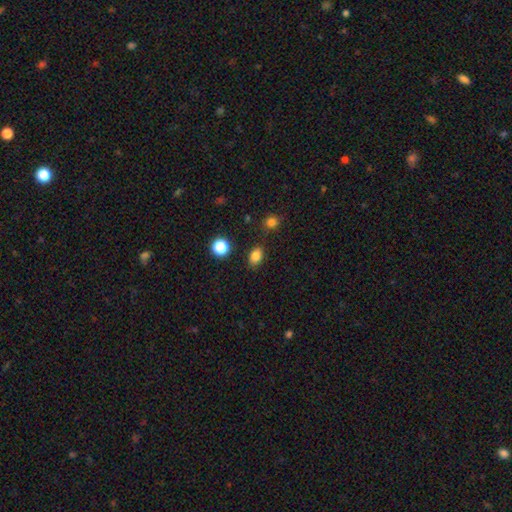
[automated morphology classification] type=smooth (82%); roundness=in between (73%); merging=none (83%).